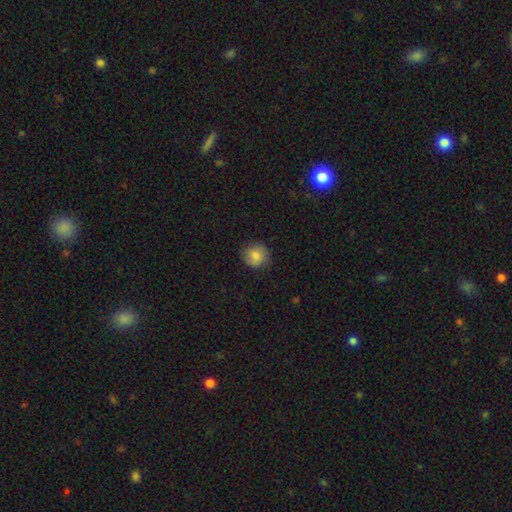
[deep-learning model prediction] The model was most divided on "smooth or featured": smooth: 81%, featured or disk: 11%, star or artifact: 8%. More confident: how rounded — round (90%); merging — none (83%).